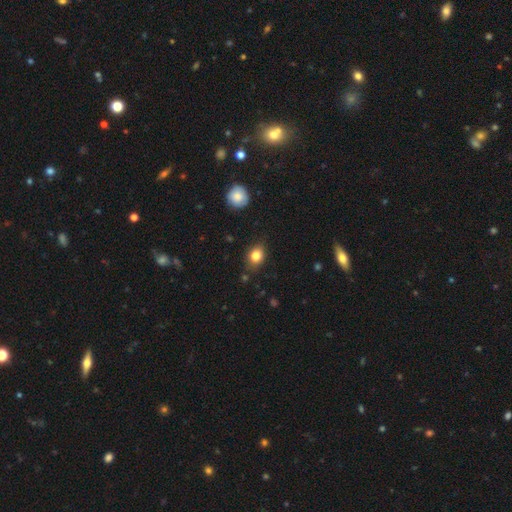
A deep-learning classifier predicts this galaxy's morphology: smooth-or-featured: smooth: 82% | star or artifact: 10% | featured or disk: 8%
  how-rounded: in between: 51% | round: 47% | cigar-shaped: 1%
  merging: none: 80% | minor disturbance: 16% | major disturbance: 3% | merger: 2%